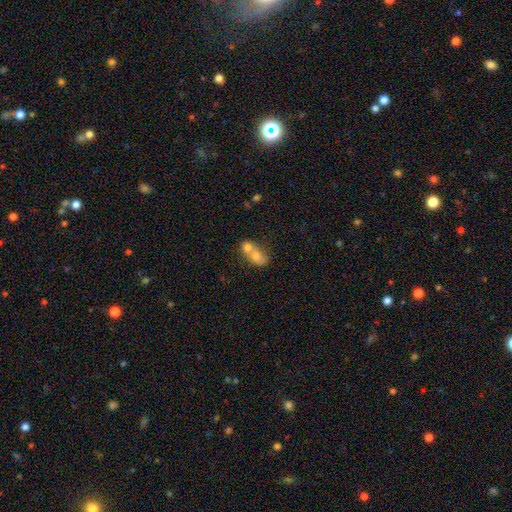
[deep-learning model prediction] This appears to be a smooth galaxy with no disk features (68%) that is in between round and cigar-shaped (59%). Merging: merger (73%).